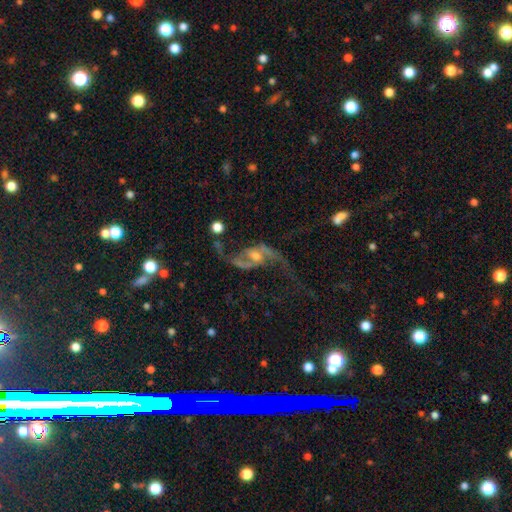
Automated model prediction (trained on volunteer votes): Smooth or featured?
  - featured or disk: 88% *
  - star or artifact: 7%
  - smooth: 5%
Edge-on disk?
  - no: 96% *
  - yes: 4%
Bar?
  - weak: 42% *
  - no: 41%
  - strong: 16%
Spiral arms?
  - yes: 95% *
  - no: 5%
Spiral winding?
  - loose: 80% *
  - medium: 16%
  - tight: 4%
Spiral arm count?
  - 2: 93% *
  - 1: 2%
  - can't tell: 2%
  - 3: 1%
  - 4: 1%
  - more than 4: 1%
Bulge size?
  - moderate: 48% *
  - small: 41%
  - none: 5%
  - large: 5%
  - dominant: 1%
Merging?
  - none: 58% *
  - major disturbance: 21%
  - minor disturbance: 16%
  - merger: 5%